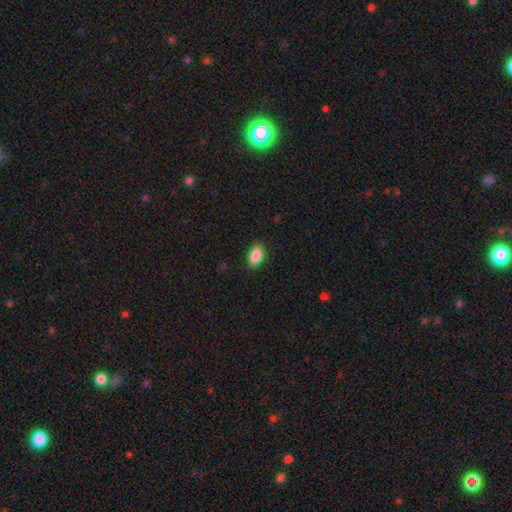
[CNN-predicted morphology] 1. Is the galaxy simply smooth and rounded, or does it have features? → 88% smooth, 7% star or artifact, 5% featured or disk.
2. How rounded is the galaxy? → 92% in between, 5% round, 2% cigar-shaped.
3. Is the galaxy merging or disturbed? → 88% none, 9% minor disturbance, 2% major disturbance, 1% merger.